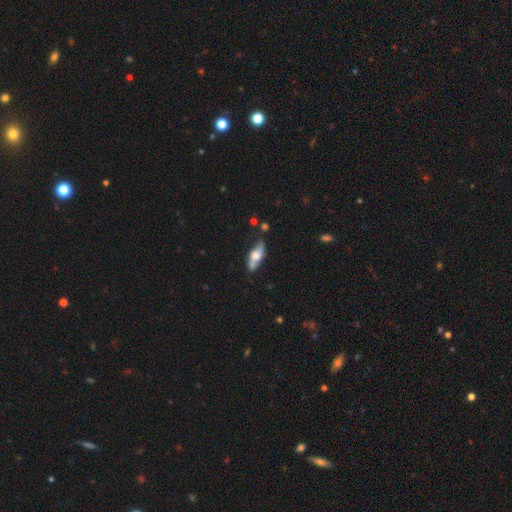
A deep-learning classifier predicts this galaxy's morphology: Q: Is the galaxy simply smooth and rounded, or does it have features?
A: featured or disk — 52%.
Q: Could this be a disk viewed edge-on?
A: no — 53%.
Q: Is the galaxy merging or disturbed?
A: none — 69%.